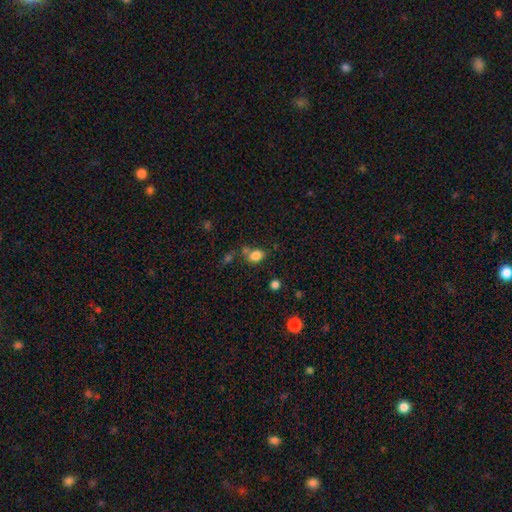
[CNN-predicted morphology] Smooth or featured: smooth — 83% (star or artifact — 12%)
How rounded: in between — 70% (round — 29%)
Merging: none — 63% (merger — 16%)